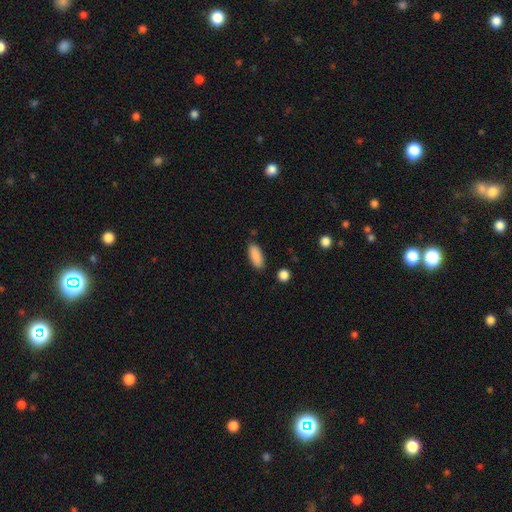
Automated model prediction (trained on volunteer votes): A smooth galaxy with no disk features (89%) that is in between round and cigar-shaped (79%). Merging: none (84%).